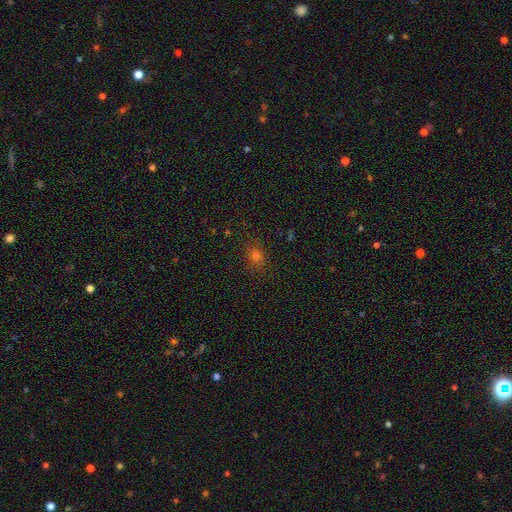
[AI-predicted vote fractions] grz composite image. It shows a smooth galaxy with no disk features (72%) that is round (63%). Merging: none (86%).